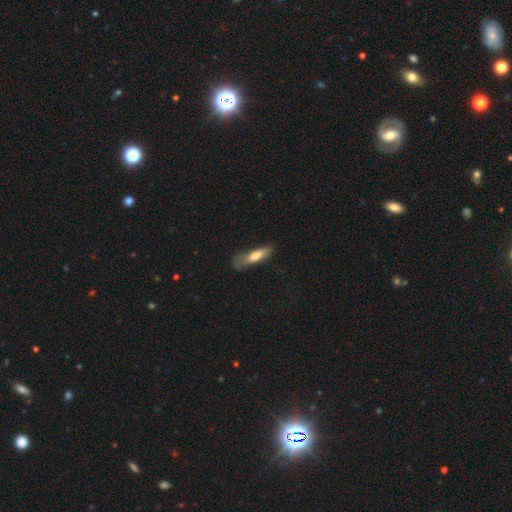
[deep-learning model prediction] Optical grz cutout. It shows a smooth galaxy with no disk features (69%) that is cigar-shaped (66%). Merging: none (51%).